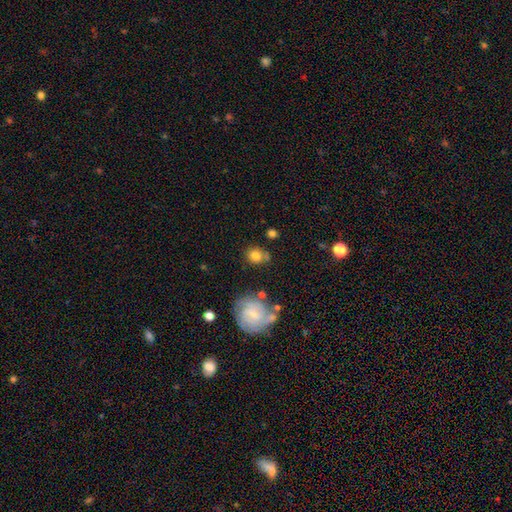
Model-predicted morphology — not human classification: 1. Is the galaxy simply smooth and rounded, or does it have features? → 72% smooth, 18% featured or disk, 9% star or artifact.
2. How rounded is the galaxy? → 78% round, 21% in between, 1% cigar-shaped.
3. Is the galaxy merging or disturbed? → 65% none, 18% minor disturbance, 11% merger, 7% major disturbance.